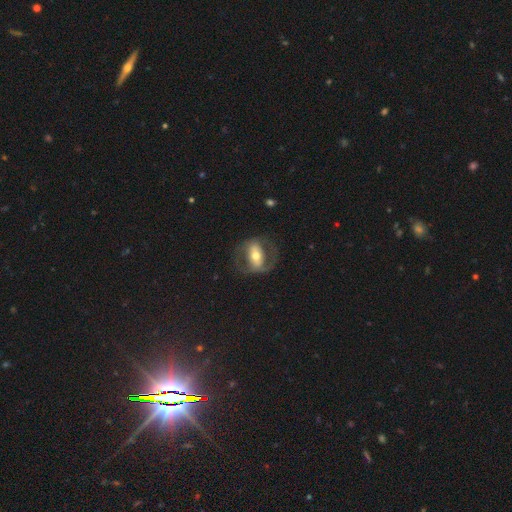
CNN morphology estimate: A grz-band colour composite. It shows a featured or disk galaxy (64%) with a strong bar (49%), spiral arms (53%) and a moderate central bulge (63%). Merging: none (64%).